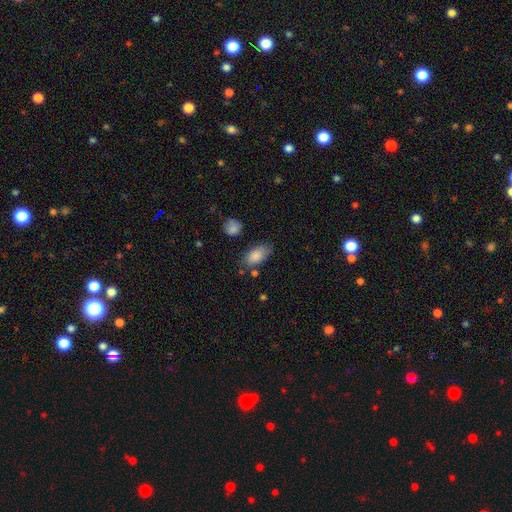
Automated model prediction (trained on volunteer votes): Smooth or featured: smooth — 86% (featured or disk — 8%)
How rounded: in between — 92% (cigar-shaped — 4%)
Merging: none — 68% (minor disturbance — 22%)